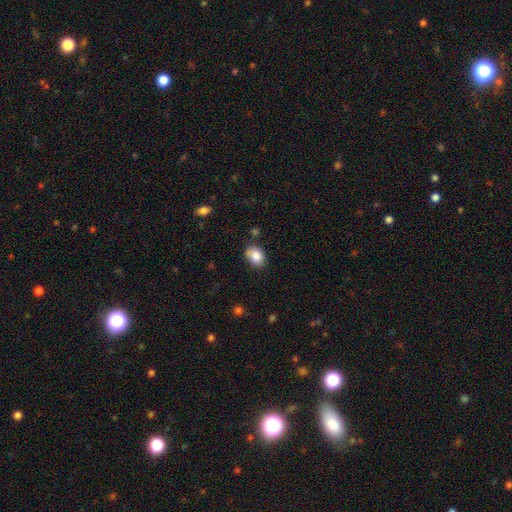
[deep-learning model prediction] Smooth or featured? Predicted: smooth (p=0.85). How rounded? Predicted: in between (p=0.73). Merging? Predicted: none (p=0.69).